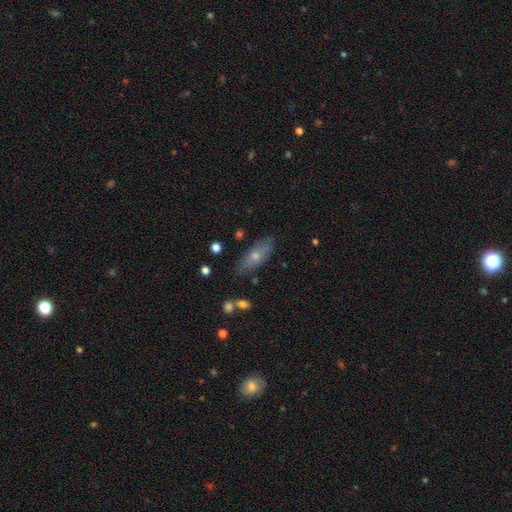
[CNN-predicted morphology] smooth 61%, featured or disk 32%, star or artifact 7%. Down the decision tree: how rounded — in between (69%); merging — none (78%).